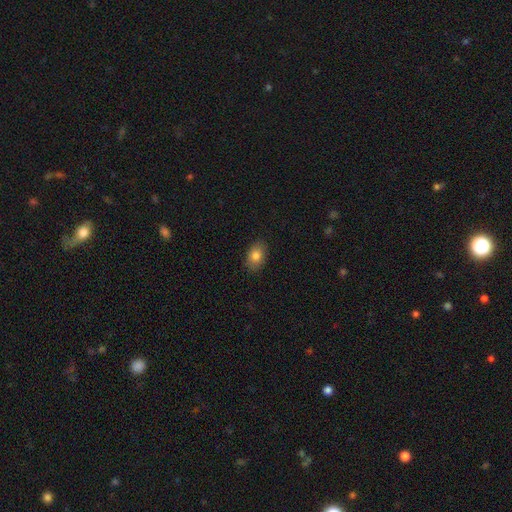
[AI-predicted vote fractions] A smooth galaxy with no disk features (81%) that is in between round and cigar-shaped (85%).

Vote fractions:
- Smooth or featured? smooth: 81% / featured or disk: 10% / star or artifact: 9%
- How rounded? in between: 85% / round: 13% / cigar-shaped: 1%
- Merging? none: 88% / minor disturbance: 9% / major disturbance: 2% / merger: 1%